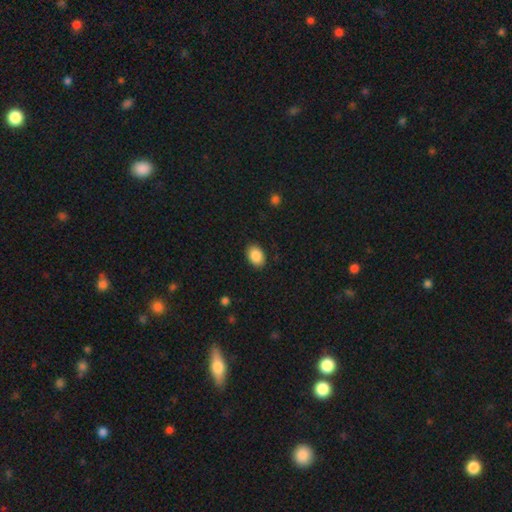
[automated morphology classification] smooth_or_featured: smooth (p=0.89) [alt: star or artifact p=0.07]
how_rounded: in between (p=0.83) [alt: round p=0.16]
merging: none (p=0.89) [alt: minor disturbance p=0.08]